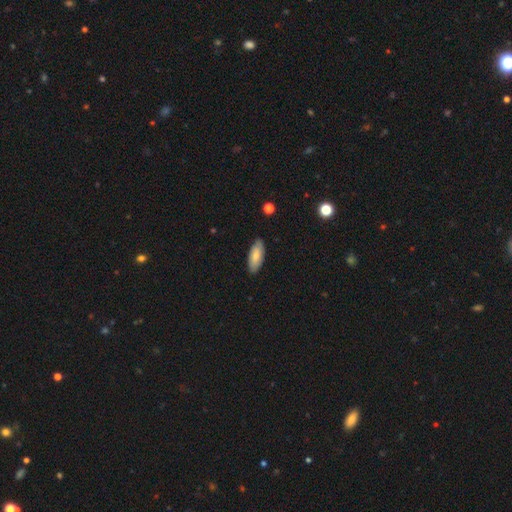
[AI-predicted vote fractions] Smooth or featured? Predicted: smooth (p=0.77). How rounded? Predicted: in between (p=0.81). Merging? Predicted: none (p=0.85).